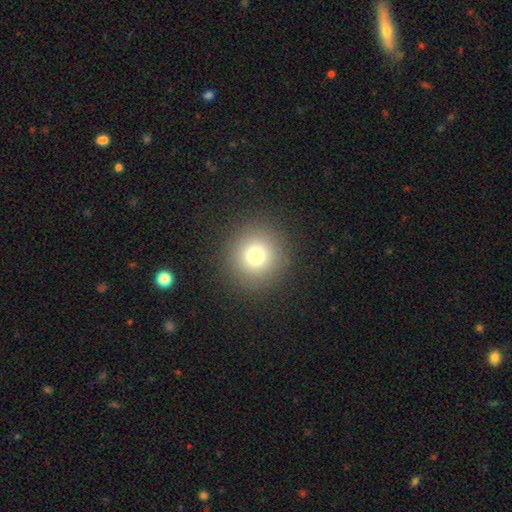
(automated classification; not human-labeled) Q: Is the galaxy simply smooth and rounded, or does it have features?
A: smooth — 76%.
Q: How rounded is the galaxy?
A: round — 95%.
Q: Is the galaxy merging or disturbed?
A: none — 91%.